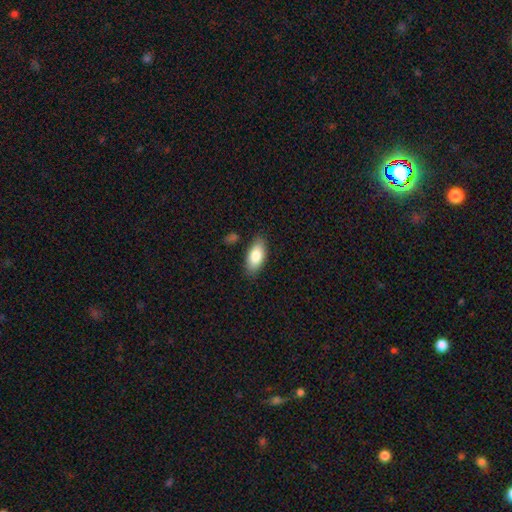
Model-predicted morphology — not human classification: Smooth or featured?
  - smooth: 83% *
  - featured or disk: 11%
  - star or artifact: 6%
How rounded?
  - in between: 89% *
  - cigar-shaped: 9%
  - round: 3%
Merging?
  - none: 83% *
  - minor disturbance: 12%
  - major disturbance: 3%
  - merger: 2%